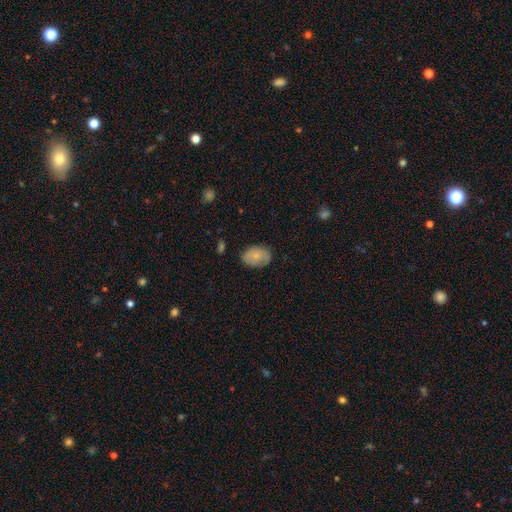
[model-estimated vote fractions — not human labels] smooth 75%, featured or disk 18%, star or artifact 7%. Down the decision tree: how rounded — in between (75%); merging — none (75%).